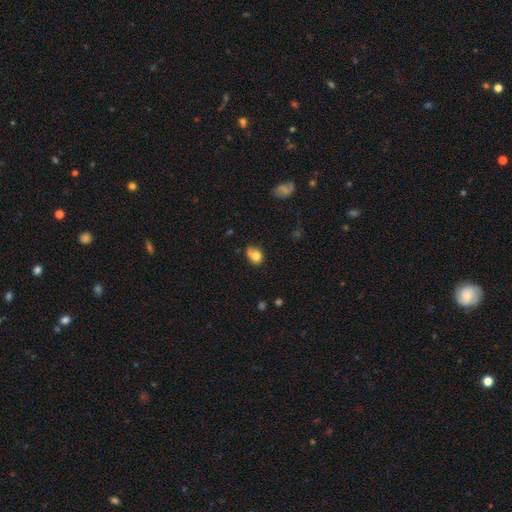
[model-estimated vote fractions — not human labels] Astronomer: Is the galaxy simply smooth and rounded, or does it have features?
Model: smooth — 78%.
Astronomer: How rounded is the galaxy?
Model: in between — 51% (runner-up: round, 48%).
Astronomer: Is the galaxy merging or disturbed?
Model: none — 46% (runner-up: minor disturbance, 33%).